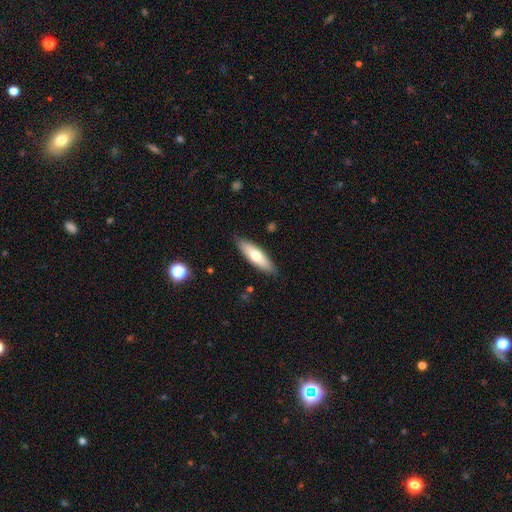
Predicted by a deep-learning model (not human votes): Smooth or featured? Predicted: smooth (p=0.66). How rounded? Predicted: cigar-shaped (p=0.50). Merging? Predicted: none (p=0.87).